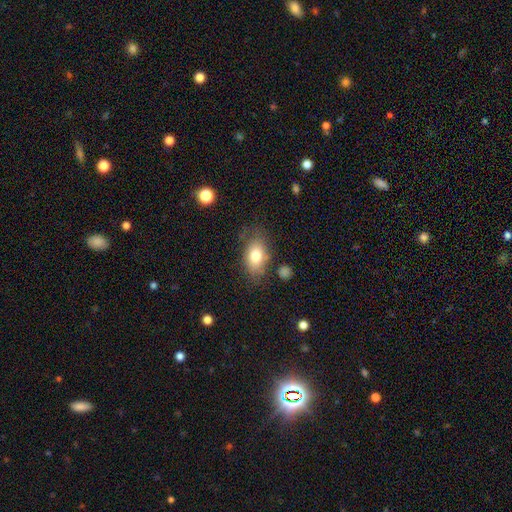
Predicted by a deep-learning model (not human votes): Q: Smooth or featured?
A: smooth (78%); runner-up: featured or disk (14%)
Q: How rounded?
A: in between (85%); runner-up: round (13%)
Q: Merging?
A: none (68%); runner-up: minor disturbance (21%)